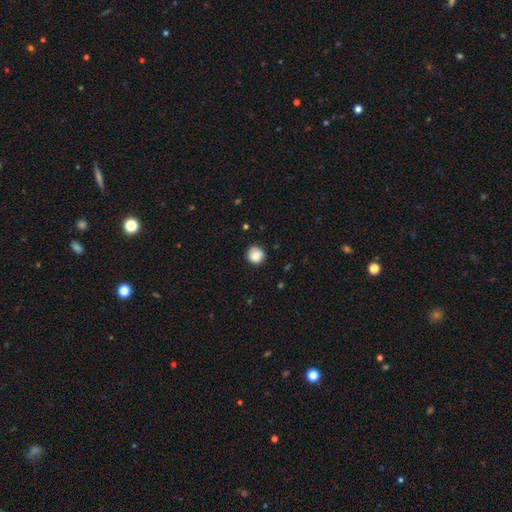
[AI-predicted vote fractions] smooth 85%, star or artifact 9%, featured or disk 6%. Down the decision tree: how rounded — round (93%); merging — none (85%).